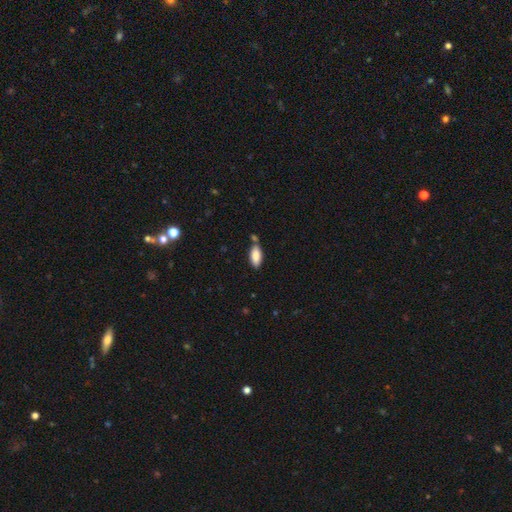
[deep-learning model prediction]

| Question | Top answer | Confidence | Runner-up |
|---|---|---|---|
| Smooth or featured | smooth | 86% | featured or disk (8%) |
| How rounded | in between | 84% | cigar-shaped (14%) |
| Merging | none | 69% | minor disturbance (16%) |